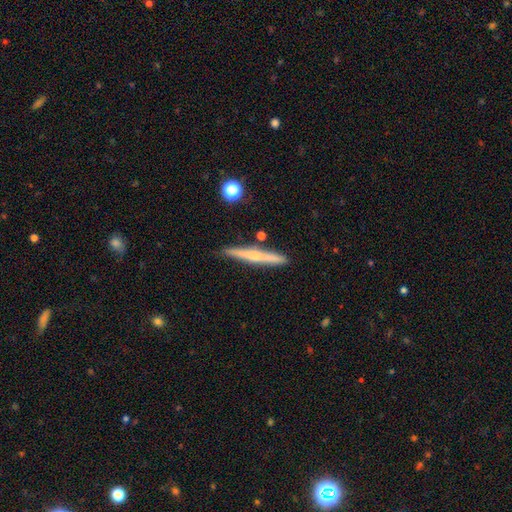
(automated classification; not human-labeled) Smooth or featured: featured or disk — 48% (smooth — 46%)
Merging: none — 86% (minor disturbance — 9%)